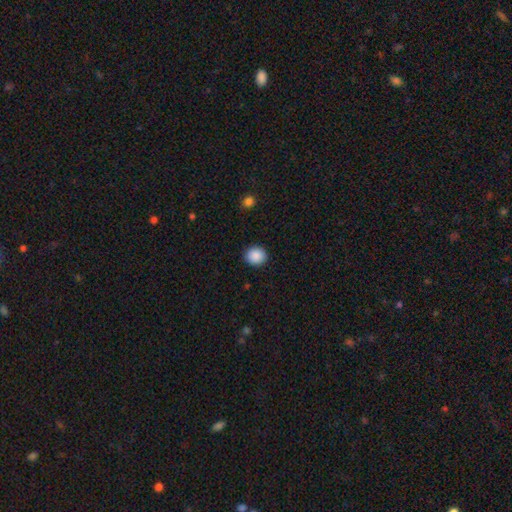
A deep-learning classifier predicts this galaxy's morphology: Smooth or featured?
  - smooth: 89% *
  - star or artifact: 8%
  - featured or disk: 3%
How rounded?
  - round: 82% *
  - in between: 17%
  - cigar-shaped: 1%
Merging?
  - none: 92% *
  - minor disturbance: 6%
  - major disturbance: 2%
  - merger: 1%